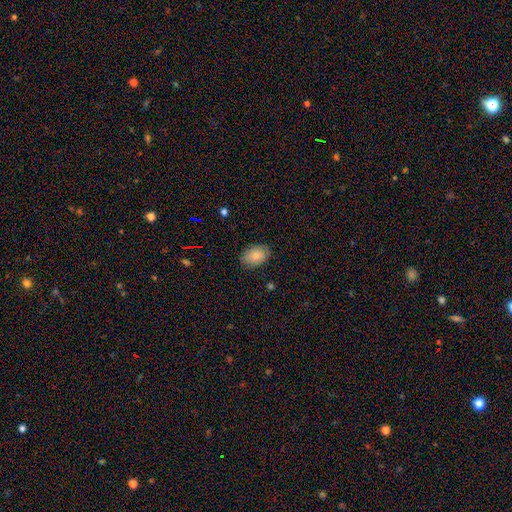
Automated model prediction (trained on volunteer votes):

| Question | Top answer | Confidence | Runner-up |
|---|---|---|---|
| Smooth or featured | smooth | 85% | featured or disk (8%) |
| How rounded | in between | 85% | round (14%) |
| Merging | none | 84% | minor disturbance (12%) |